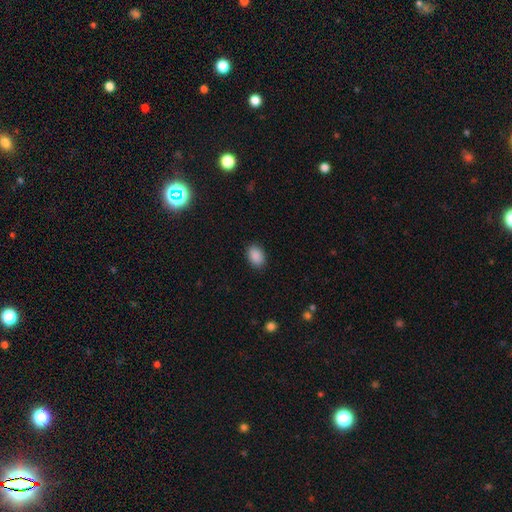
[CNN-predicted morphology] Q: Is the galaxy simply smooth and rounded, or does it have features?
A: smooth — 90%.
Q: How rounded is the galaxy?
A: in between — 85%.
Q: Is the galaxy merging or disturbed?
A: none — 88%.